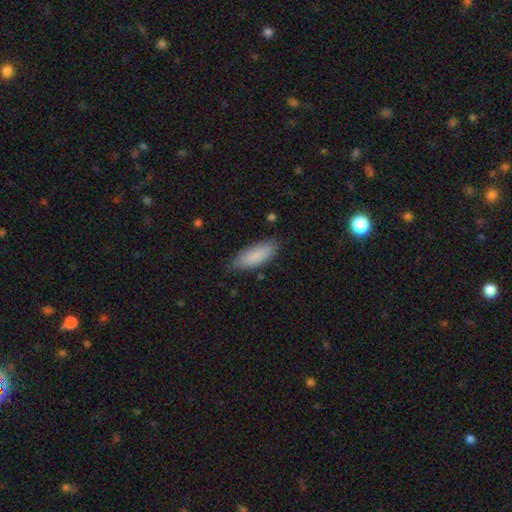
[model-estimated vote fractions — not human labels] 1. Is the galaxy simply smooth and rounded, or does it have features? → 86% smooth, 8% featured or disk, 6% star or artifact.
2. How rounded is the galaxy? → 68% in between, 30% cigar-shaped, 2% round.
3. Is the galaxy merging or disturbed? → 82% none, 14% minor disturbance, 2% major disturbance, 1% merger.